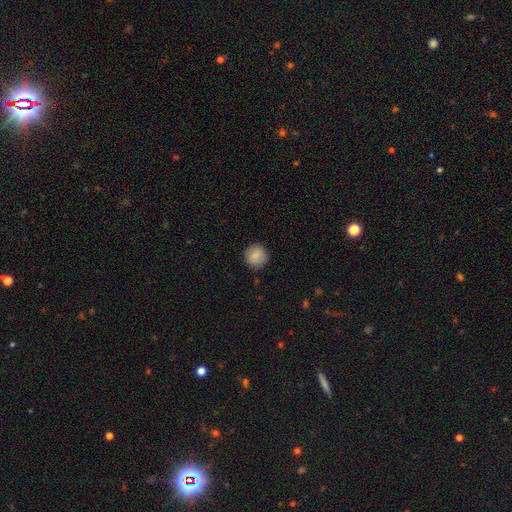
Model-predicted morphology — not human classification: Smooth or featured? Predicted: smooth (p=0.83). How rounded? Predicted: round (p=0.93). Merging? Predicted: none (p=0.89).